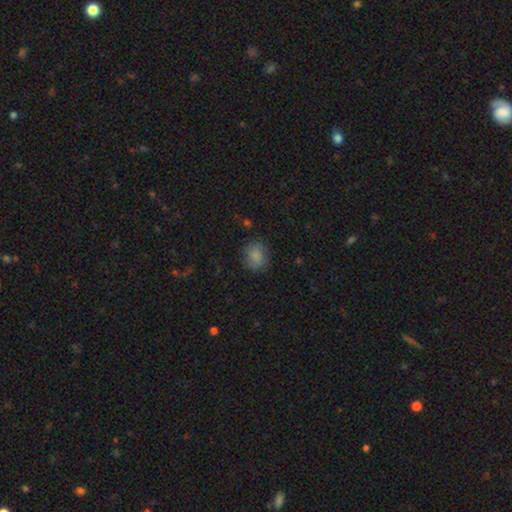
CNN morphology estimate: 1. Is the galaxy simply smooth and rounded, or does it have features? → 84% smooth, 10% star or artifact, 7% featured or disk.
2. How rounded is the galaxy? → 67% round, 32% in between, 1% cigar-shaped.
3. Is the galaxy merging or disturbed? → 81% none, 14% minor disturbance, 4% major disturbance, 1% merger.